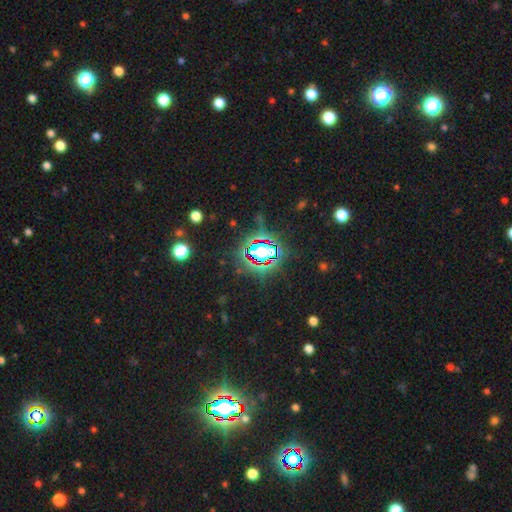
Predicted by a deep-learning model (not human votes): smooth-or-featured: star or artifact: 80% | smooth: 11% | featured or disk: 8%